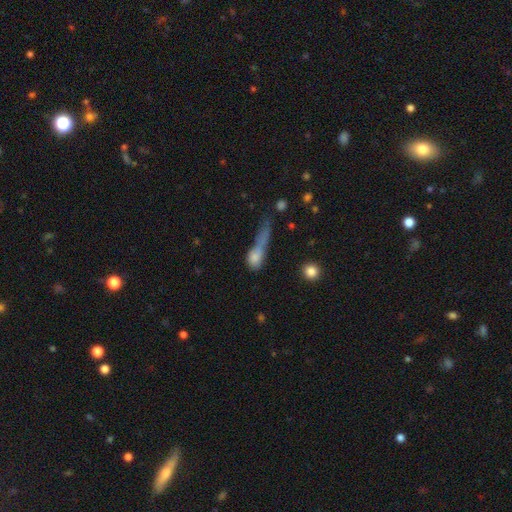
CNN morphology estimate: Smooth or featured: smooth — 68% (featured or disk — 20%)
How rounded: in between — 44% (cigar-shaped — 29%)
Merging: major disturbance — 38% (merger — 24%)